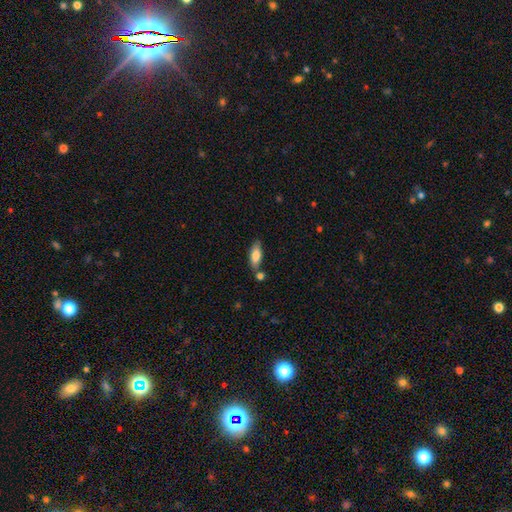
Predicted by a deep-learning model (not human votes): Smooth or featured: smooth — 80% (featured or disk — 14%)
How rounded: in between — 72% (cigar-shaped — 26%)
Merging: none — 70% (minor disturbance — 15%)